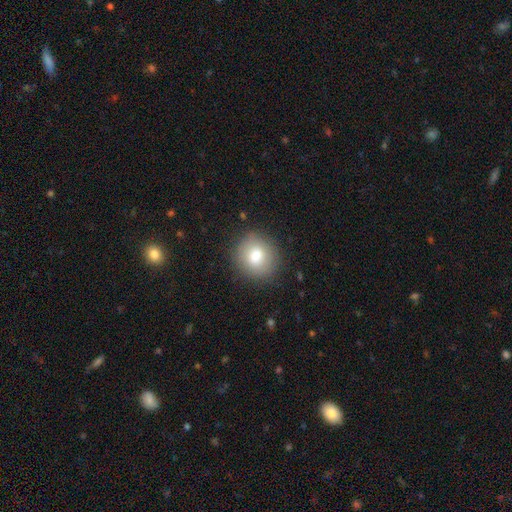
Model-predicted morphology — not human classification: Smooth or featured? smooth (80%)
How rounded? round (83%)
Merging? none (87%)